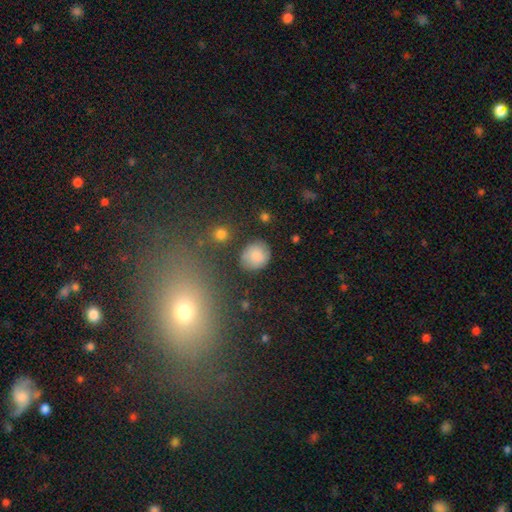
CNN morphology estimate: This is likely a smooth galaxy (77%). How rounded: likely round (74%). Merging: likely none (74%).